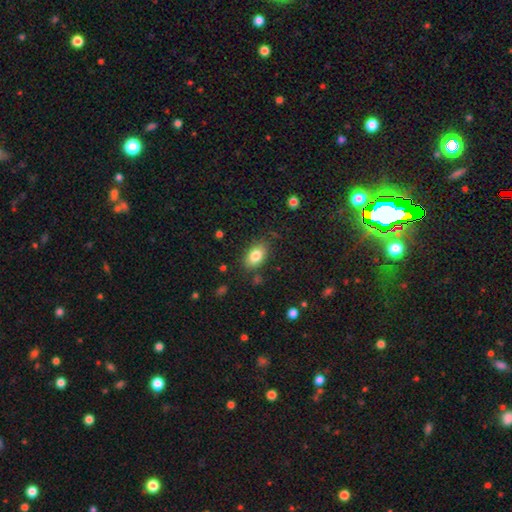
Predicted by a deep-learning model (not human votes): Smooth or featured? Predicted: smooth (p=0.82). How rounded? Predicted: in between (p=0.88). Merging? Predicted: none (p=0.80).